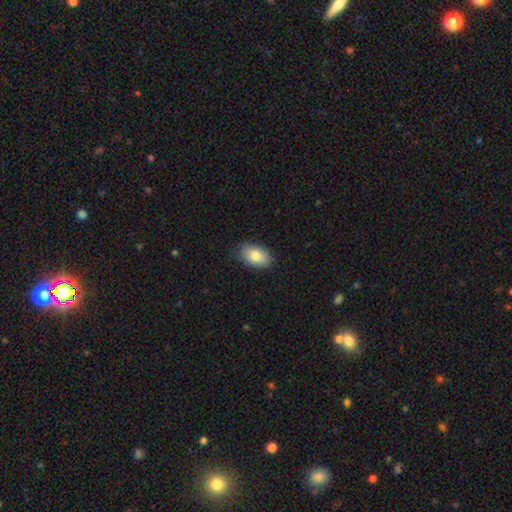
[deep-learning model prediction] A smooth galaxy with no disk features (81%) that is in between round and cigar-shaped (90%).

Vote fractions:
- Smooth or featured? smooth: 81% / featured or disk: 11% / star or artifact: 7%
- How rounded? in between: 90% / round: 8% / cigar-shaped: 1%
- Merging? none: 83% / minor disturbance: 13% / major disturbance: 2% / merger: 1%